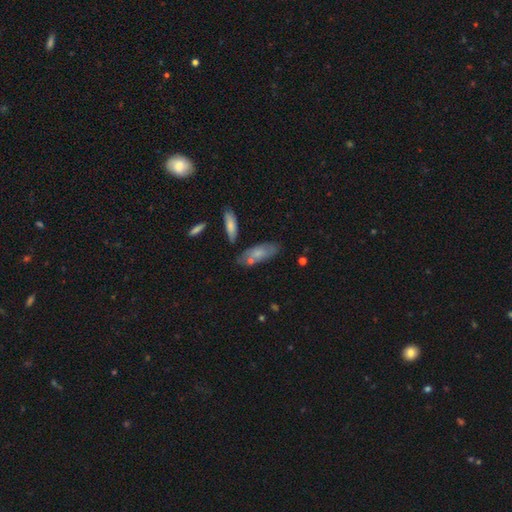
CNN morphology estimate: Overall: smooth (57%; featured or disk 31%). How rounded: in between (63%; cigar-shaped 33%). Merging: none (67%).